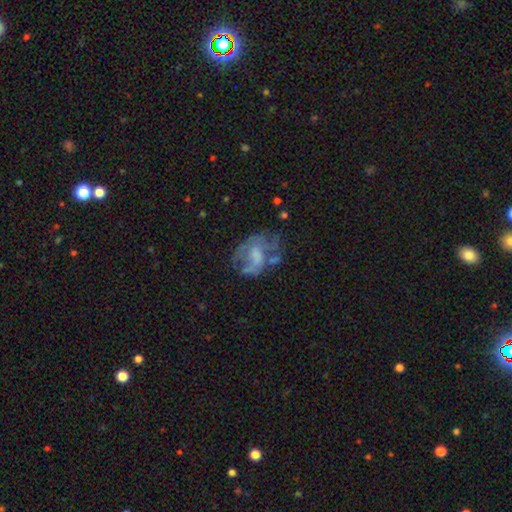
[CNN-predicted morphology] A featured or disk galaxy (59%) with no bar (65%), no spiral arms (60%) and a moderate central bulge (33%).

Vote fractions:
- Smooth or featured? featured or disk: 59% / smooth: 30% / star or artifact: 10%
- Edge-on disk? no: 97% / yes: 3%
- Bar? no: 65% / weak: 29% / strong: 7%
- Spiral arms? no: 60% / yes: 40%
- Bulge size? moderate: 33% / none: 31% / small: 23% / large: 11% / dominant: 2%
- Merging? none: 38% / major disturbance: 32% / minor disturbance: 23% / merger: 7%